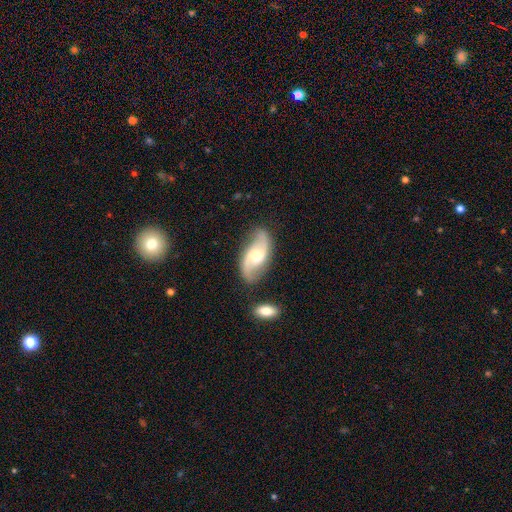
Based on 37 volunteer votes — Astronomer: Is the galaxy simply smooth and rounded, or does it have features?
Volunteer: featured or disk — 78%.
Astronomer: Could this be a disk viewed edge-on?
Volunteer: no — 93%.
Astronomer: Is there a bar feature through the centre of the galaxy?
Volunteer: weak — 41% (runner-up: no, 33%).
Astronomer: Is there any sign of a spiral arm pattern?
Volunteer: yes — 96%.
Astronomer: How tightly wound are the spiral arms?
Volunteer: loose — 54% (runner-up: medium, 35%).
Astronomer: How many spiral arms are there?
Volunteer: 2 — 92%.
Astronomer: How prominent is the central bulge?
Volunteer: moderate — 56% (runner-up: small, 37%).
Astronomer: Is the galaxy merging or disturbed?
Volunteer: none — 74%.